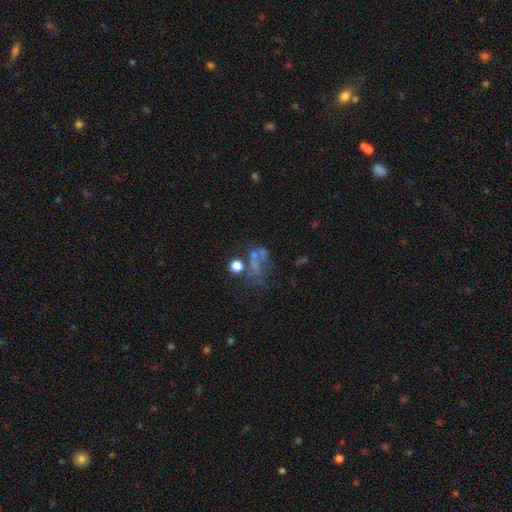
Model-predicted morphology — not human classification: A star or artifact, not a galaxy (36%).

Vote fractions:
- Smooth or featured? star or artifact: 36% / featured or disk: 32% / smooth: 32%